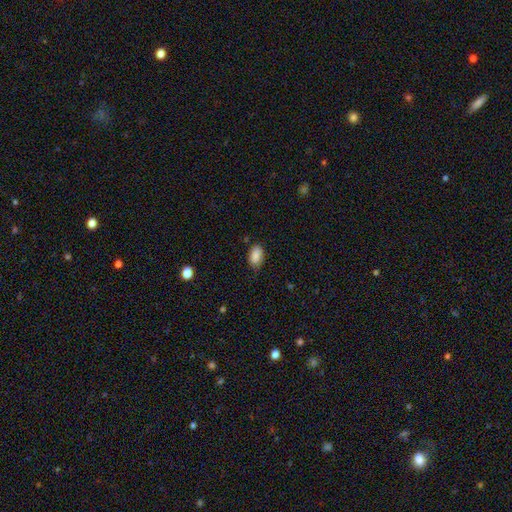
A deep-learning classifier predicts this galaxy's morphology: A smooth galaxy with no disk features (85%) that is in between round and cigar-shaped (91%).

Vote fractions:
- Smooth or featured? smooth: 85% / star or artifact: 8% / featured or disk: 7%
- How rounded? in between: 91% / round: 7% / cigar-shaped: 2%
- Merging? none: 73% / minor disturbance: 22% / major disturbance: 4% / merger: 2%